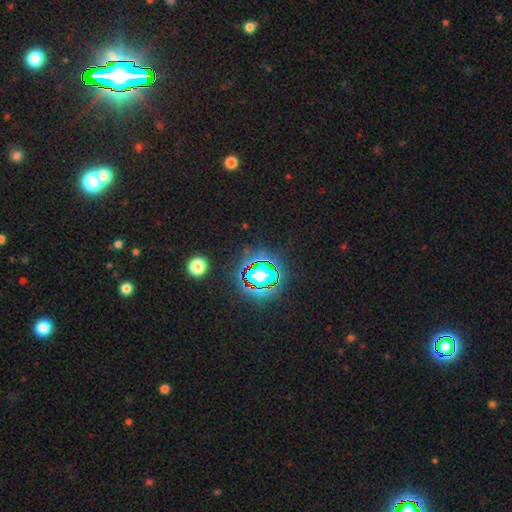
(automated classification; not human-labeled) The model was most divided on "smooth or featured": star or artifact: 84%, smooth: 10%, featured or disk: 7%.